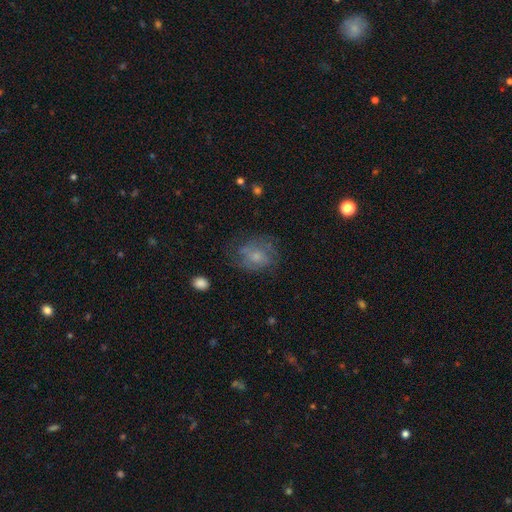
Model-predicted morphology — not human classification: Smooth or featured? smooth (46%)
Merging? none (58%)